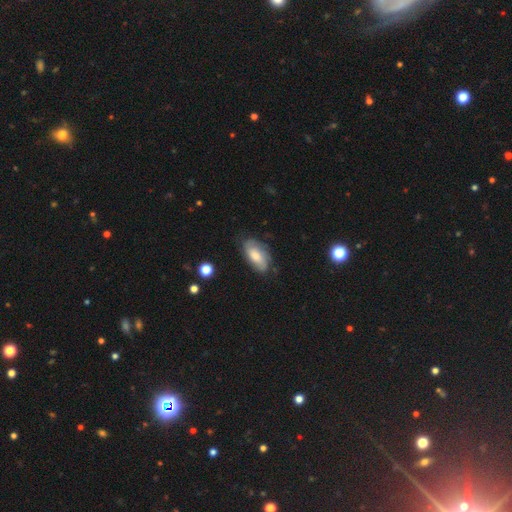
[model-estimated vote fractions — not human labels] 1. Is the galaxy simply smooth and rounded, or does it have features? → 54% smooth, 39% featured or disk, 7% star or artifact.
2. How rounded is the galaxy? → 91% in between, 5% cigar-shaped, 3% round.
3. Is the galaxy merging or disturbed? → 69% none, 23% minor disturbance, 7% major disturbance, 2% merger.